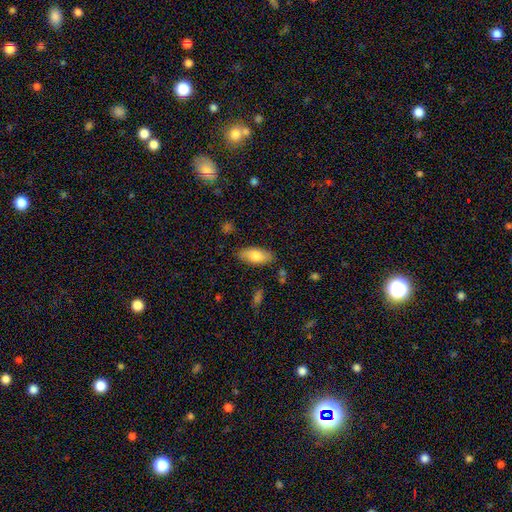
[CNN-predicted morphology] smooth-or-featured: smooth: 78% | featured or disk: 16% | star or artifact: 6%
  how-rounded: in between: 87% | cigar-shaped: 11% | round: 2%
  merging: none: 84% | minor disturbance: 12% | major disturbance: 3% | merger: 2%